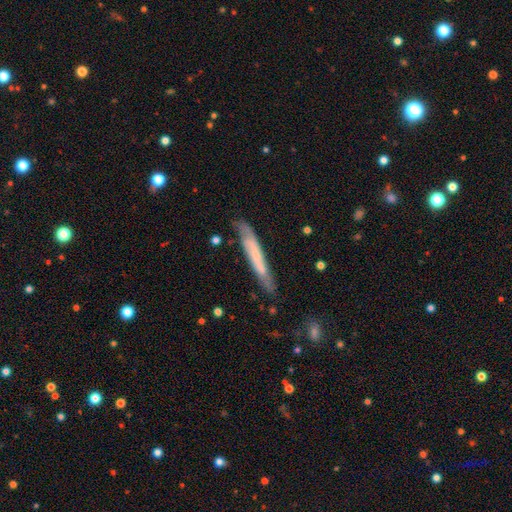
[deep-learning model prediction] smooth_or_featured: featured or disk (p=0.49) [alt: smooth p=0.45]
merging: none (p=0.72) [alt: minor disturbance p=0.21]